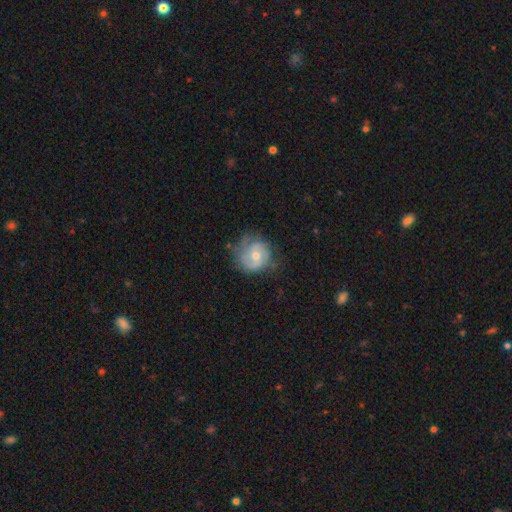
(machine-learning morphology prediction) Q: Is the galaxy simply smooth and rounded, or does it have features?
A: featured or disk — 65%.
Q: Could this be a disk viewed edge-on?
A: no — 97%.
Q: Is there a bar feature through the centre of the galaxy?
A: no — 59%.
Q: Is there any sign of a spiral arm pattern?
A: yes — 84%.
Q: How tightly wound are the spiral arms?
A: tight — 44%.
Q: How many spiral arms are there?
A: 2 — 53%.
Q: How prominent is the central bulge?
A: moderate — 57%.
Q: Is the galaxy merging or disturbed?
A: none — 62%.